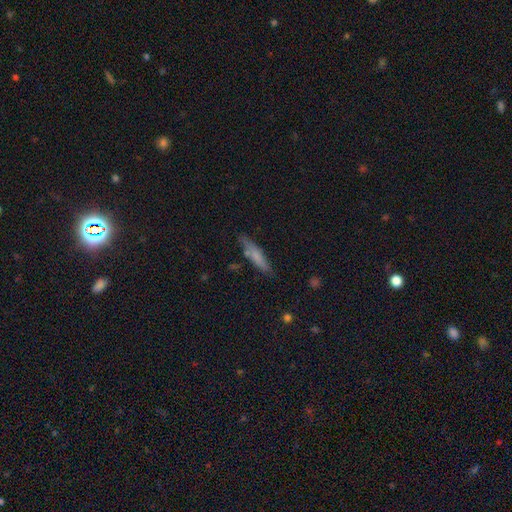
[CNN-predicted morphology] A smooth galaxy with no disk features (69%) that is cigar-shaped (82%). Merging: none (76%).